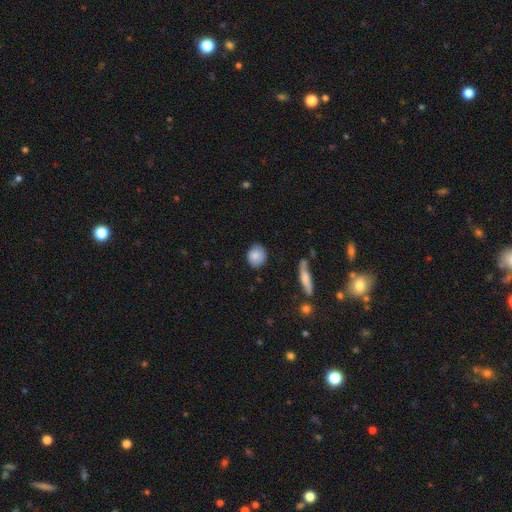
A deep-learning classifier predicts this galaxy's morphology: A smooth galaxy with no disk features (84%) that is round (71%).

Vote fractions:
- Smooth or featured? smooth: 84% / featured or disk: 9% / star or artifact: 7%
- How rounded? round: 71% / in between: 27% / cigar-shaped: 2%
- Merging? none: 83% / minor disturbance: 13% / major disturbance: 3% / merger: 2%